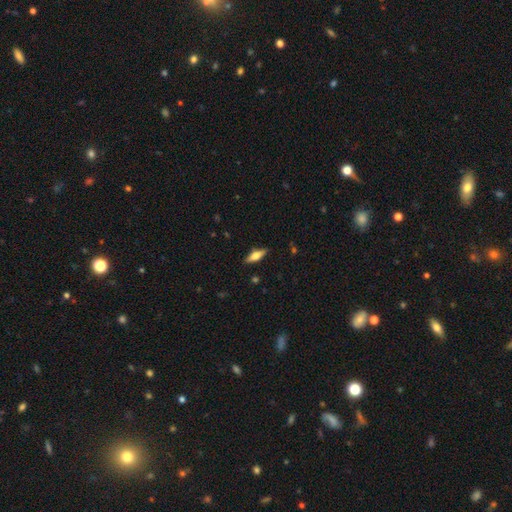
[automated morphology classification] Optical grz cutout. It shows a smooth galaxy with no disk features (48%). Merging: none (88%).